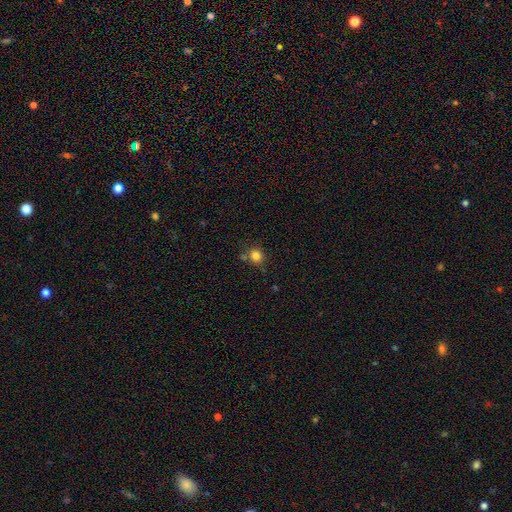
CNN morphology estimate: Q: Smooth or featured?
A: smooth (82%); runner-up: star or artifact (13%)
Q: How rounded?
A: round (80%); runner-up: in between (19%)
Q: Merging?
A: none (69%); runner-up: minor disturbance (14%)